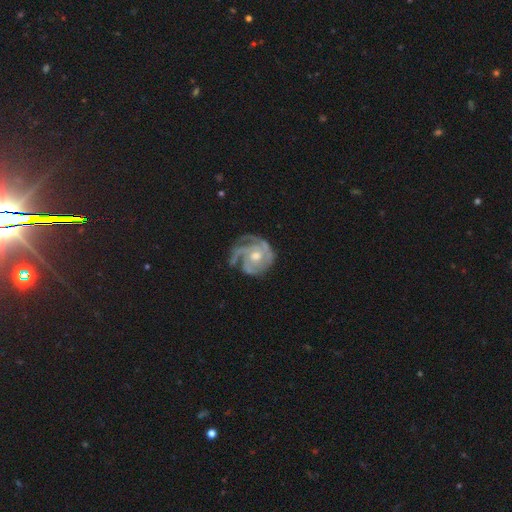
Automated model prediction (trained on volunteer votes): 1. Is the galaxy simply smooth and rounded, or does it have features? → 88% featured or disk, 7% smooth, 6% star or artifact.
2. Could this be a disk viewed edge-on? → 98% no, 2% yes.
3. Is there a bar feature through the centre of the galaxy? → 75% no, 20% weak, 5% strong.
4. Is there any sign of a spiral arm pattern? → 96% yes, 4% no.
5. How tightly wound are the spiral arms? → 65% tight, 29% medium, 6% loose.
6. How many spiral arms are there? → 40% 3, 19% can't tell, 16% 4, 13% 2, 6% more than 4, 6% 1.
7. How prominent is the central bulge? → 71% moderate, 21% small, 6% large, 2% none, 1% dominant.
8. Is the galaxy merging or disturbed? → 64% none, 21% minor disturbance, 12% major disturbance, 2% merger.